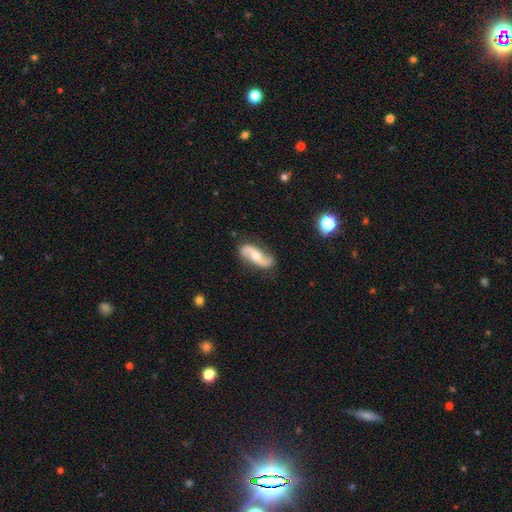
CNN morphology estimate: The model was most divided on "bar": no: 54%, weak: 31%, strong: 15%. More confident: spiral arms — yes (95%); edge-on disk — no (94%); spiral arm count — 2 (93%); smooth or featured — featured or disk (83%); merging — none (81%); spiral winding — loose (68%); bulge size — moderate (64%).